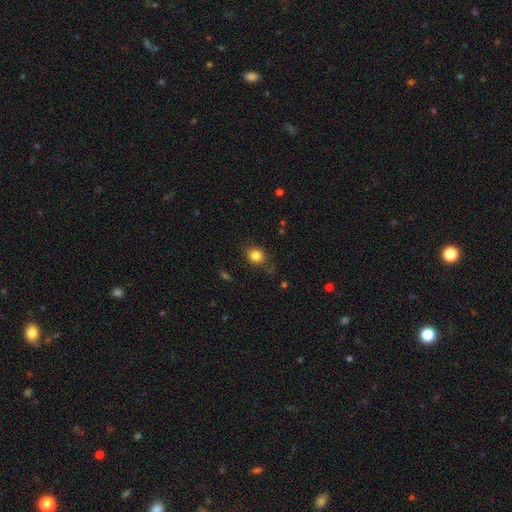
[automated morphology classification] Smooth or featured? Predicted: smooth (p=0.83). How rounded? Predicted: round (p=0.72). Merging? Predicted: none (p=0.79).